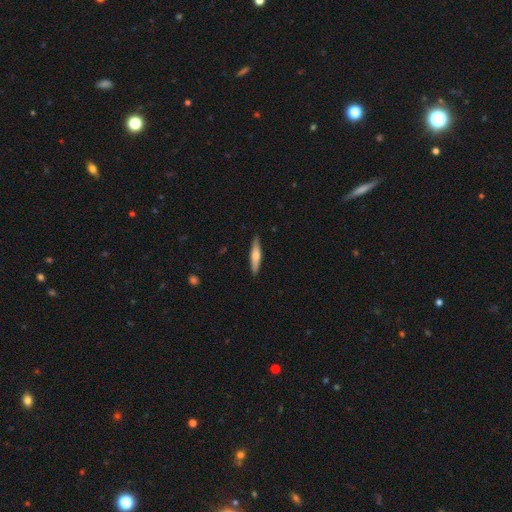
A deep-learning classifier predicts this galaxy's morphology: This is possibly a smooth galaxy (54%). How rounded: clearly cigar-shaped (84%). Merging: clearly none (88%).